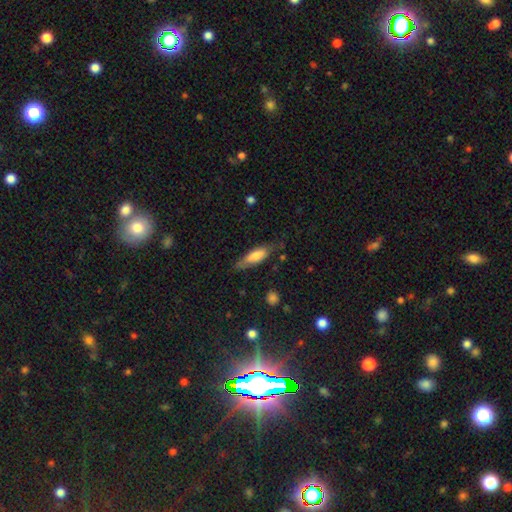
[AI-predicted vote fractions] Smooth or featured?
  - smooth: 66% *
  - featured or disk: 28%
  - star or artifact: 6%
How rounded?
  - cigar-shaped: 51% *
  - in between: 47%
  - round: 2%
Merging?
  - none: 67% *
  - minor disturbance: 24%
  - major disturbance: 7%
  - merger: 2%